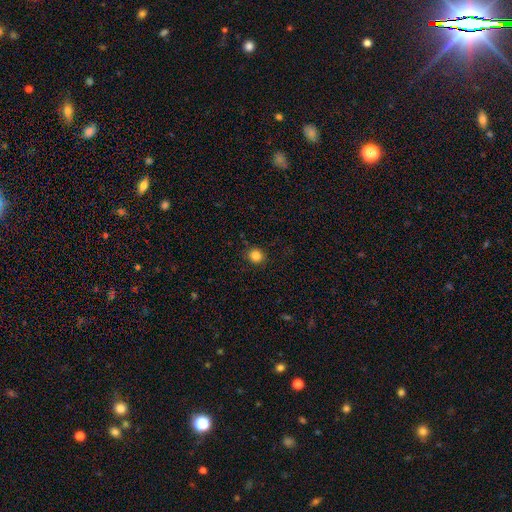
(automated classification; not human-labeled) Morphology: type=smooth (84%); roundness=round (88%); merging=none (89%).